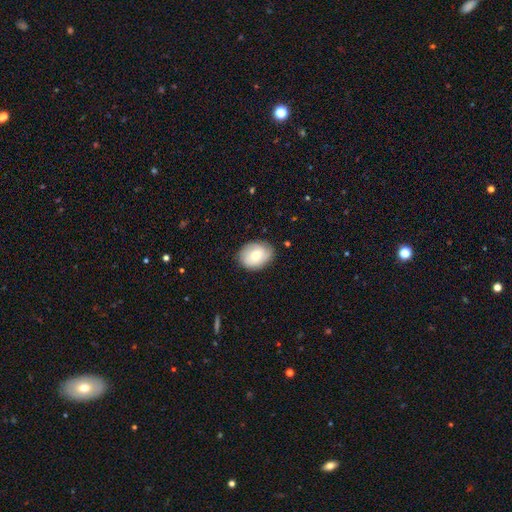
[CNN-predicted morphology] smooth_or_featured: smooth (p=0.58) [alt: featured or disk p=0.35]
how_rounded: in between (p=0.57) [alt: round p=0.42]
merging: none (p=0.77) [alt: minor disturbance p=0.18]